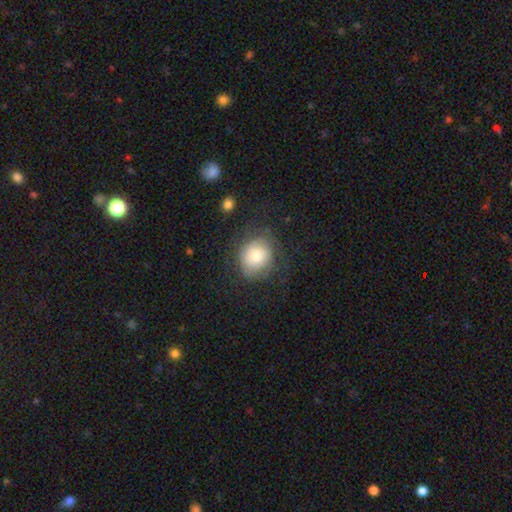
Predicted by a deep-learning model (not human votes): Overall: smooth (55%; featured or disk 36%). How rounded: round (75%). Merging: none (66%).